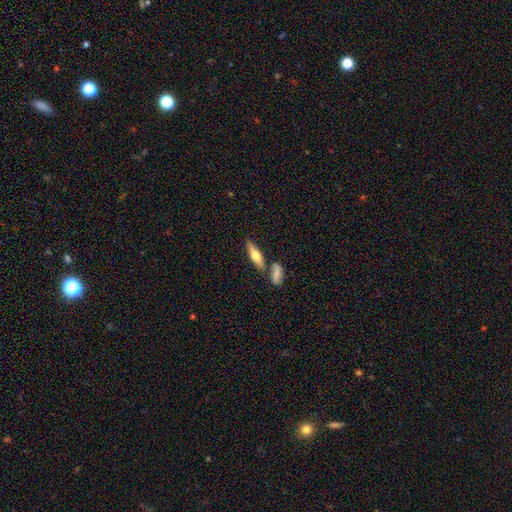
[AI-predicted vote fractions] A smooth galaxy with no disk features (52%) that is cigar-shaped (59%). Merging: none (67%).